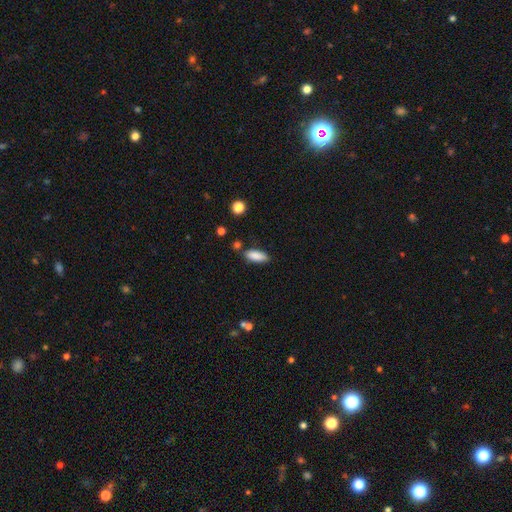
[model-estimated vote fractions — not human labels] smooth_or_featured: smooth (p=0.87) [alt: star or artifact p=0.07]
how_rounded: in between (p=0.76) [alt: cigar-shaped p=0.22]
merging: none (p=0.79) [alt: minor disturbance p=0.14]